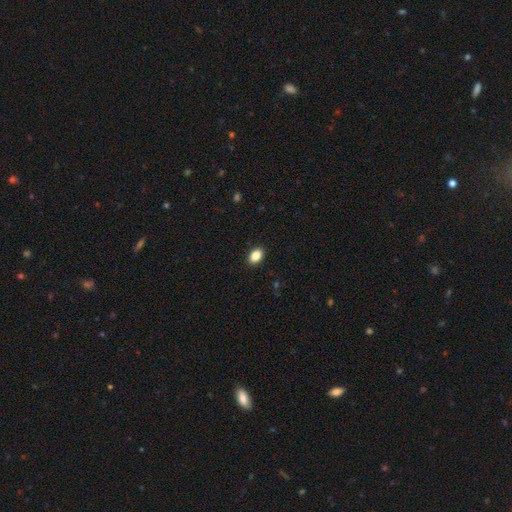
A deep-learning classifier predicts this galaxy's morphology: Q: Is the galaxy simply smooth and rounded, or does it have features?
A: smooth — 87%.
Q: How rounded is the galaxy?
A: in between — 84%.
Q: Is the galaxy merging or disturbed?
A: none — 90%.